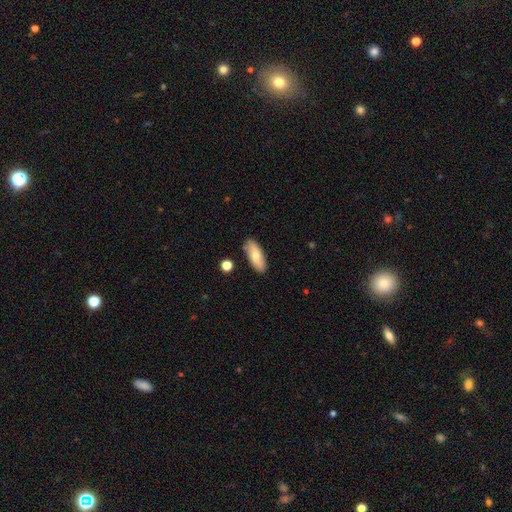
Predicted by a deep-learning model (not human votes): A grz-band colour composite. It shows a smooth galaxy with no disk features (71%) that is in between round and cigar-shaped (72%). Merging: none (85%).